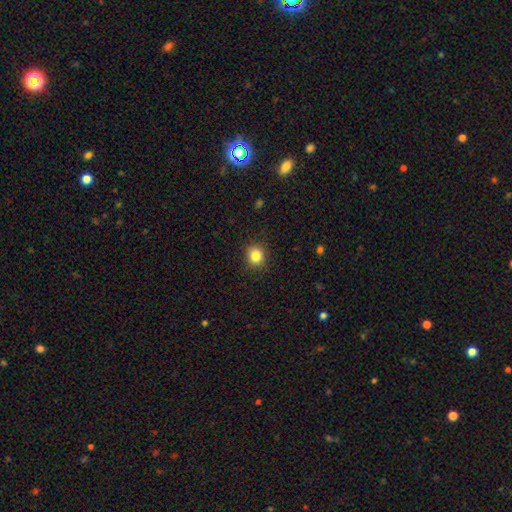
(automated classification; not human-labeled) This appears to be a smooth galaxy with no disk features (84%) that is round (86%). Merging: none (90%).